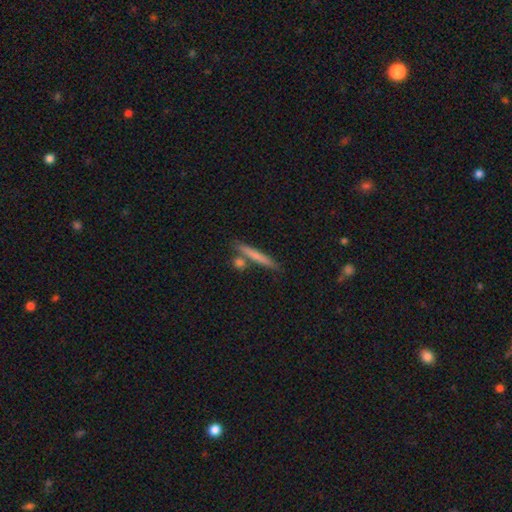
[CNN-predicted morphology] The model was most divided on "smooth or featured": smooth: 70%, featured or disk: 24%, star or artifact: 6%. More confident: how rounded — cigar-shaped (92%); merging — none (77%).